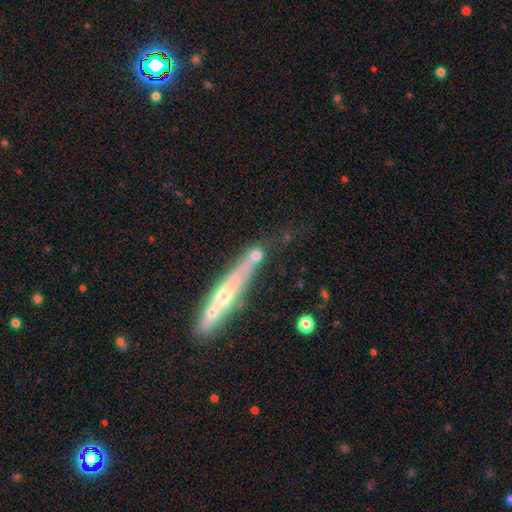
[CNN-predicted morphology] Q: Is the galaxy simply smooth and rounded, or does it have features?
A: smooth — 57%.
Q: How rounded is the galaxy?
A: round — 44%.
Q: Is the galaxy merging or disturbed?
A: none — 48%.